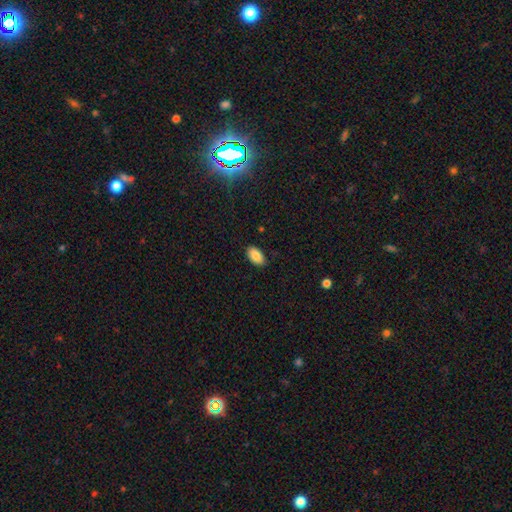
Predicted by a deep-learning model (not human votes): A smooth galaxy with no disk features (87%) that is in between round and cigar-shaped (95%).

Vote fractions:
- Smooth or featured? smooth: 87% / star or artifact: 7% / featured or disk: 5%
- How rounded? in between: 95% / round: 3% / cigar-shaped: 2%
- Merging? none: 86% / minor disturbance: 11% / major disturbance: 2% / merger: 1%